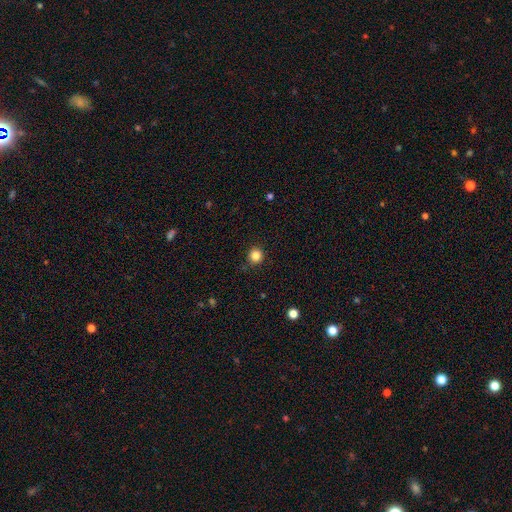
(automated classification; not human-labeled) A smooth galaxy with no disk features (84%) that is round (94%).

Vote fractions:
- Smooth or featured? smooth: 84% / star or artifact: 11% / featured or disk: 4%
- How rounded? round: 94% / in between: 5% / cigar-shaped: 1%
- Merging? none: 90% / minor disturbance: 7% / major disturbance: 2% / merger: 1%